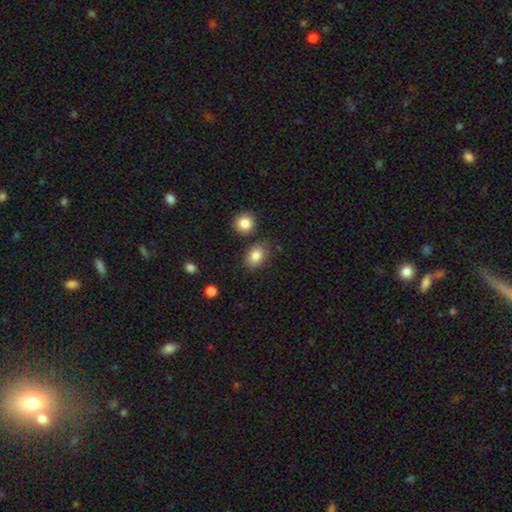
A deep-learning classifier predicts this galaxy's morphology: A smooth galaxy with no disk features (83%) that is in between round and cigar-shaped (69%). Merging: none (75%).